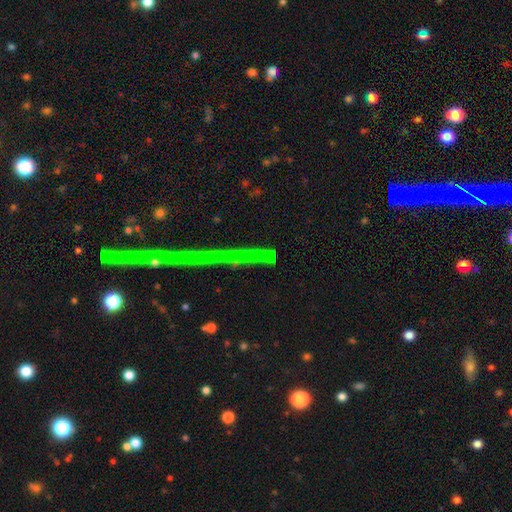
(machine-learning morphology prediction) Smooth or featured?
  - star or artifact: 71% *
  - featured or disk: 15%
  - smooth: 14%